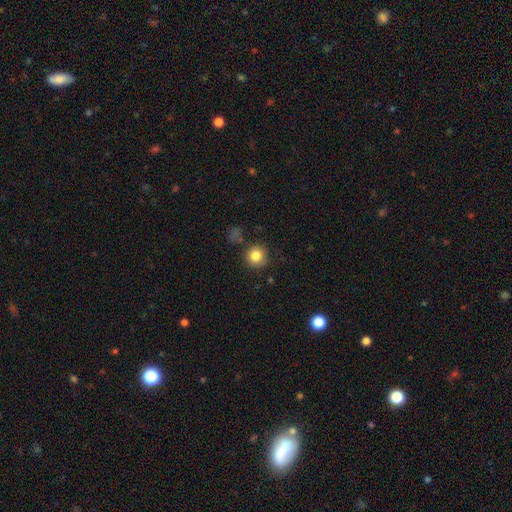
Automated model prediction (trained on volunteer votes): The model was most divided on "smooth or featured": smooth: 83%, star or artifact: 11%, featured or disk: 6%. More confident: how rounded — round (93%); merging — none (84%).